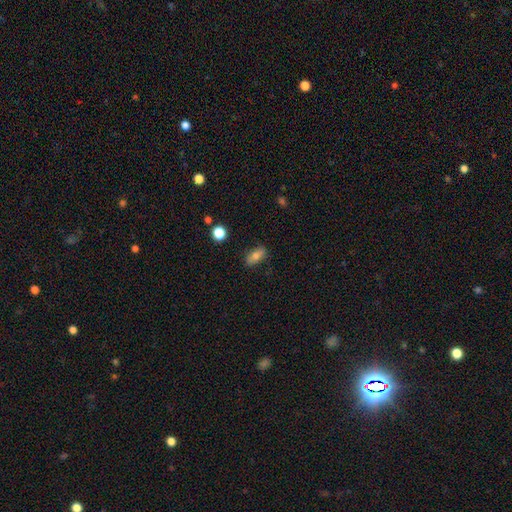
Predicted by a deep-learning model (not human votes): This appears to be a smooth galaxy with no disk features (73%) that is in between round and cigar-shaped (79%). Merging: none (84%).